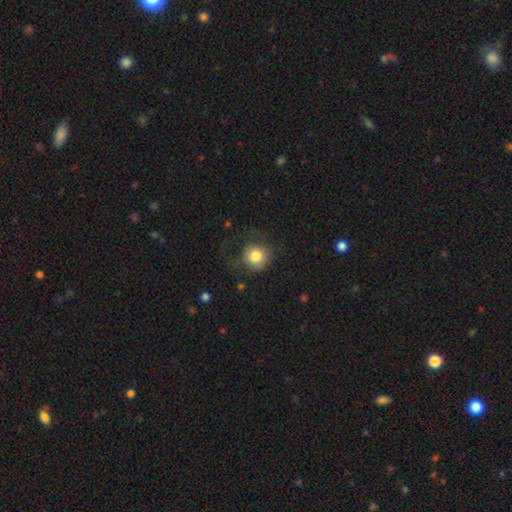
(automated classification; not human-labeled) A smooth galaxy with no disk features (81%) that is round (91%).

Vote fractions:
- Smooth or featured? smooth: 81% / star or artifact: 10% / featured or disk: 9%
- How rounded? round: 91% / in between: 8% / cigar-shaped: 1%
- Merging? none: 64% / minor disturbance: 19% / major disturbance: 16% / merger: 2%